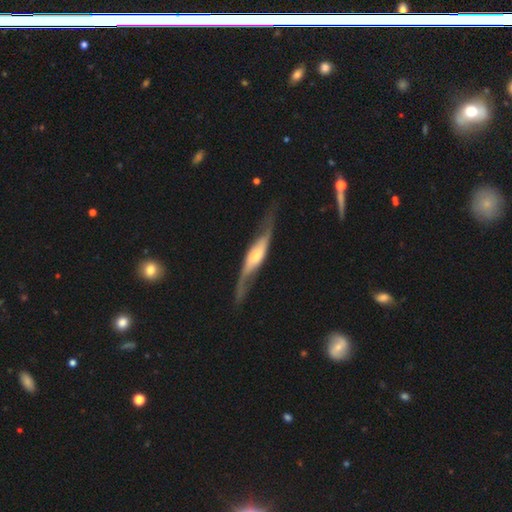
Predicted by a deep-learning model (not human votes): Overall: featured or disk (75%). Edge-on disk: yes (51%; no 49%). Merging: none (64%).